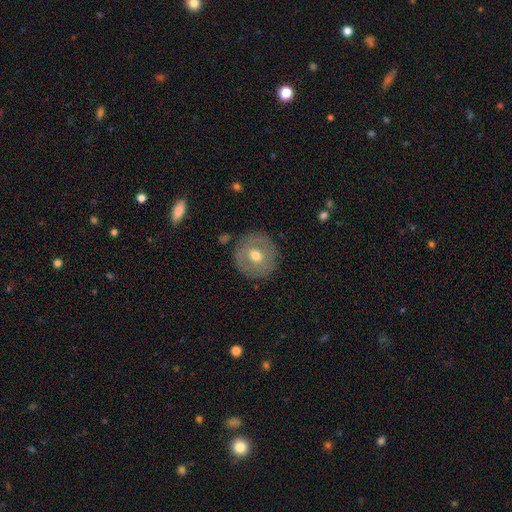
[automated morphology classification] This is possibly a smooth galaxy (54%). How rounded: clearly round (94%). Merging: clearly none (86%).